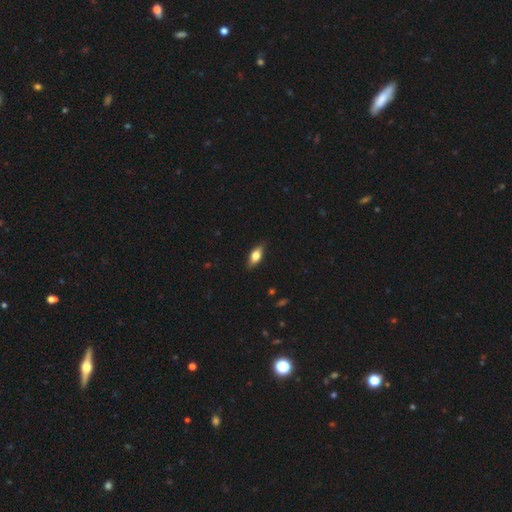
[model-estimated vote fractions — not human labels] Smooth or featured? smooth (68%)
How rounded? in between (78%)
Merging? none (84%)